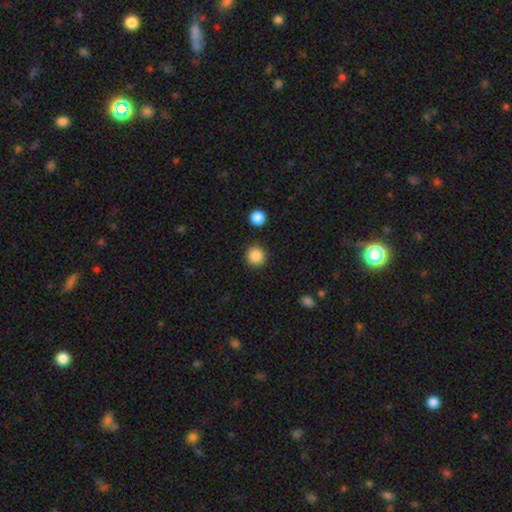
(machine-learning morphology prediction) smooth-or-featured: smooth: 88% | star or artifact: 9% | featured or disk: 3%
  how-rounded: round: 95% | in between: 4% | cigar-shaped: 1%
  merging: none: 90% | minor disturbance: 6% | merger: 2% | major disturbance: 2%